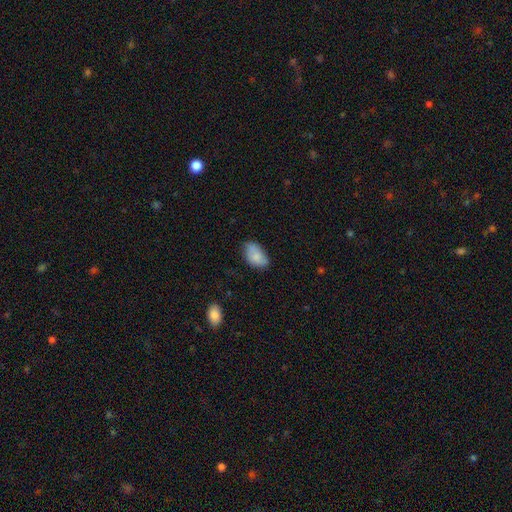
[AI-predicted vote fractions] A smooth galaxy with no disk features (82%) that is in between round and cigar-shaped (92%). Merging: none (59%).